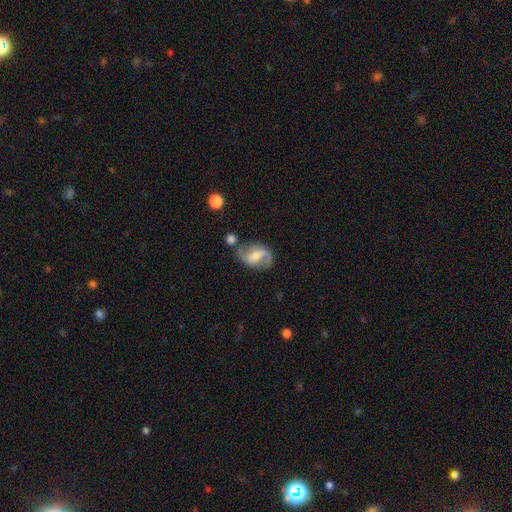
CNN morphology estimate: featured or disk 80%, smooth 14%, star or artifact 6%. Down the decision tree: edge-on disk — no (97%); bar — weak (48%); spiral arms — yes (93%); spiral arm count — 2 (91%); spiral winding — loose (48%); bulge size — moderate (46%); merging — none (69%).